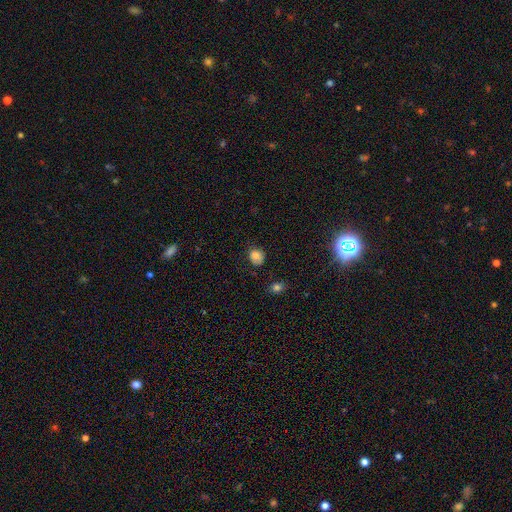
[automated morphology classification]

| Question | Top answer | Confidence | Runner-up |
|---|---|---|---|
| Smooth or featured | smooth | 79% | star or artifact (11%) |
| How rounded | round | 69% | in between (30%) |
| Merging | none | 68% | minor disturbance (24%) |